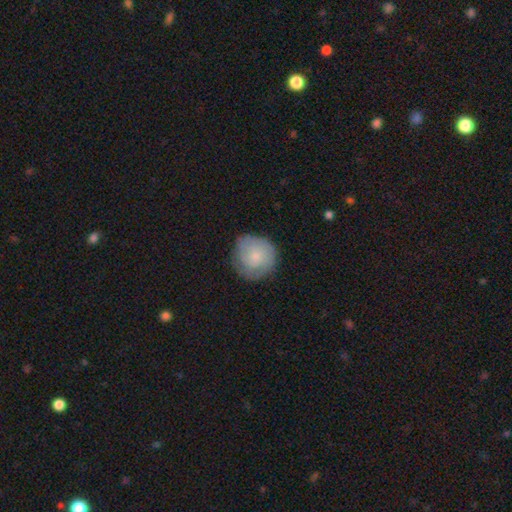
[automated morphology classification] Smooth or featured: smooth — 62% (featured or disk — 32%)
How rounded: round — 90% (in between — 9%)
Merging: none — 76% (minor disturbance — 17%)